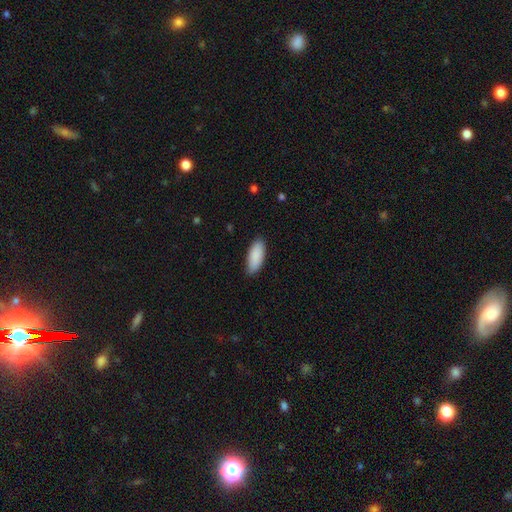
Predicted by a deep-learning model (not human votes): A smooth galaxy with no disk features (89%) that is in between round and cigar-shaped (81%). Merging: none (86%).